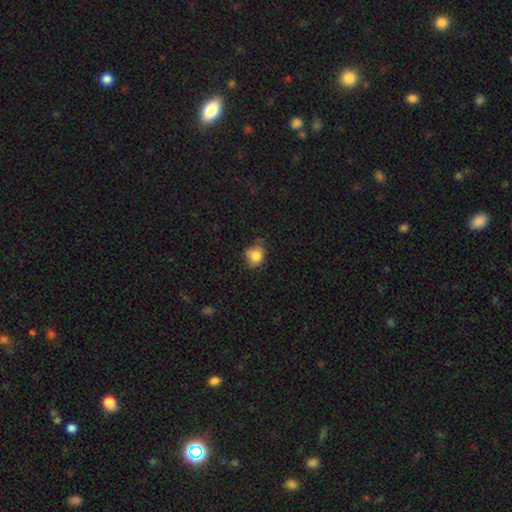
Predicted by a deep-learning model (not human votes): Smooth or featured? smooth (81%)
How rounded? round (60%)
Merging? none (52%)